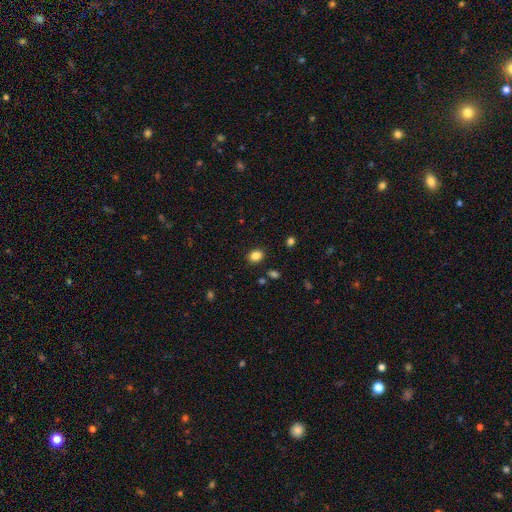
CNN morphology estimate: smooth 85%, star or artifact 11%, featured or disk 4%. Down the decision tree: how rounded — in between (55%); merging — none (87%).